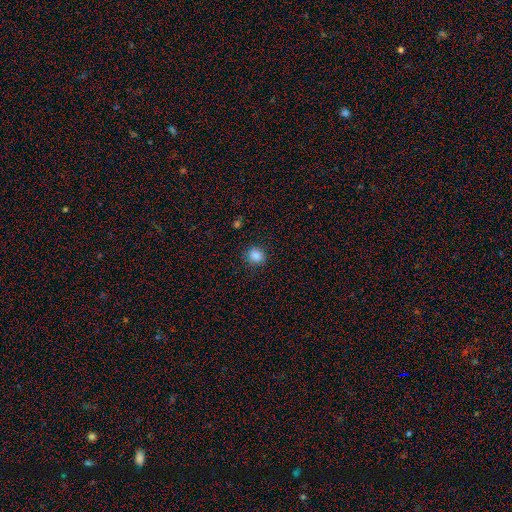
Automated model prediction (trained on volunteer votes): Smooth or featured? Predicted: smooth (p=0.85). How rounded? Predicted: round (p=0.86). Merging? Predicted: none (p=0.87).